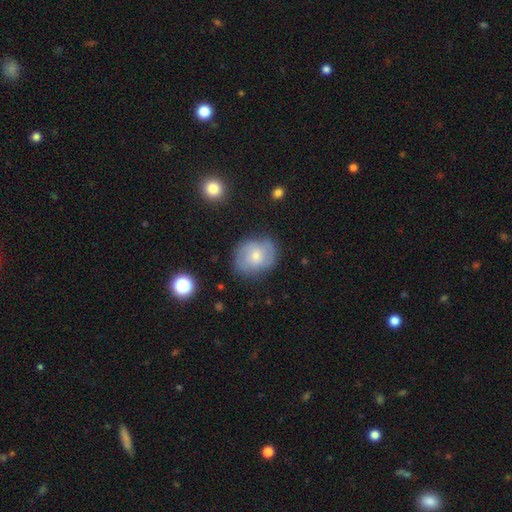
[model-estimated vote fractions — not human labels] Smooth or featured? Predicted: featured or disk (p=0.47). Merging? Predicted: none (p=0.70).